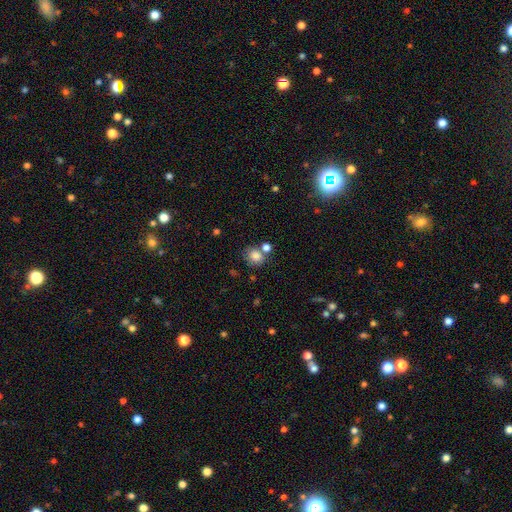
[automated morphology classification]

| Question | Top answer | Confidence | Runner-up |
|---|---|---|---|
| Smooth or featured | smooth | 81% | star or artifact (11%) |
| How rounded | round | 65% | in between (34%) |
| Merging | none | 59% | merger (22%) |